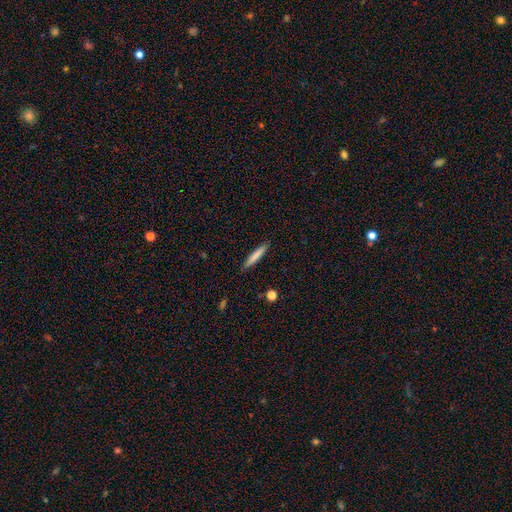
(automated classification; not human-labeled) Smooth or featured? smooth (76%)
How rounded? cigar-shaped (94%)
Merging? none (89%)